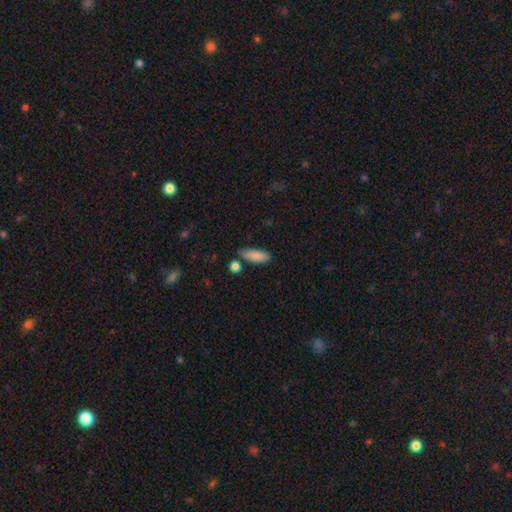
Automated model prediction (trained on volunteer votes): Smooth or featured?
  - smooth: 87% *
  - featured or disk: 7%
  - star or artifact: 6%
How rounded?
  - in between: 63% *
  - cigar-shaped: 34%
  - round: 2%
Merging?
  - none: 76% *
  - minor disturbance: 14%
  - merger: 7%
  - major disturbance: 3%